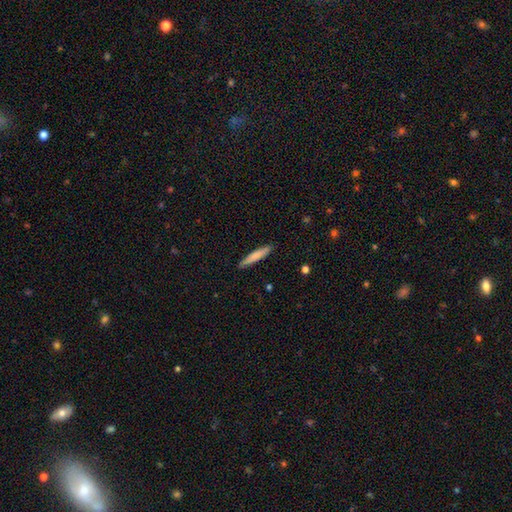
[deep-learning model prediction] Smooth or featured? Predicted: smooth (p=0.74). How rounded? Predicted: cigar-shaped (p=0.92). Merging? Predicted: none (p=0.89).